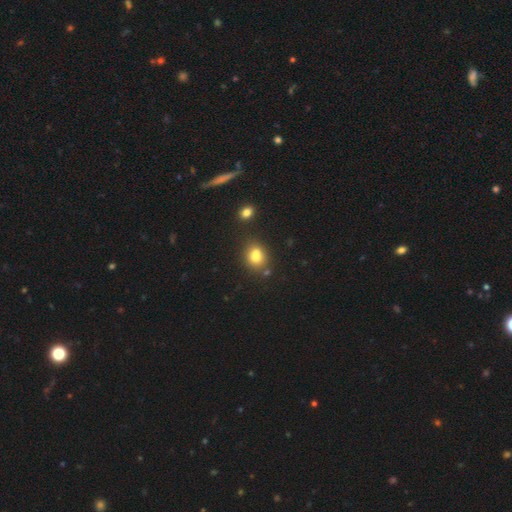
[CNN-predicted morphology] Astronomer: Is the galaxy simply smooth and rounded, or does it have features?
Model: smooth — 79%.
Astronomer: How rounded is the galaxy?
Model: round — 50% (runner-up: in between, 49%).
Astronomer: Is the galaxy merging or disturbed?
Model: none — 58%.